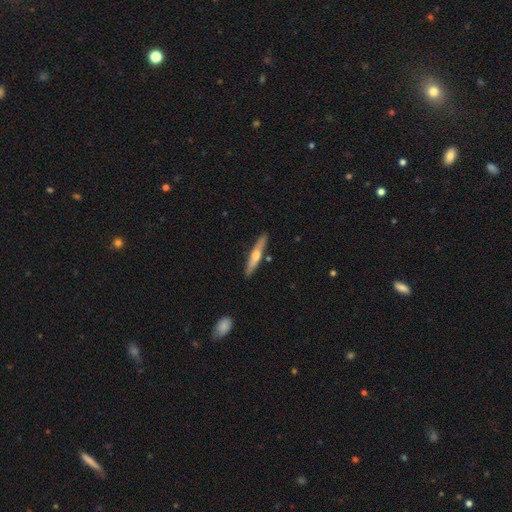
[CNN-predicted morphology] Smooth or featured? featured or disk (50%)
Merging? none (86%)